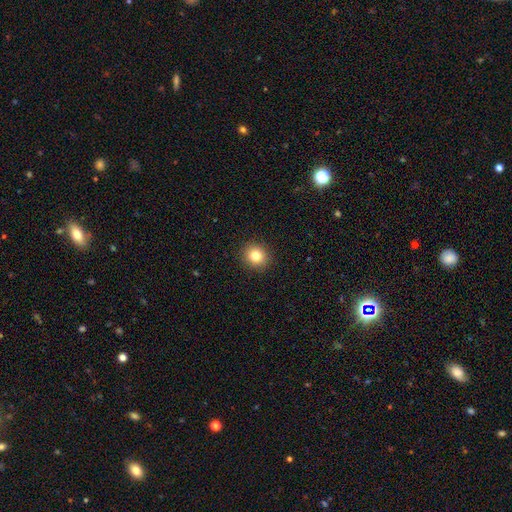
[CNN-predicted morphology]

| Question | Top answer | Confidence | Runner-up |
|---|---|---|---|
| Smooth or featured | smooth | 81% | star or artifact (11%) |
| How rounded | round | 86% | in between (13%) |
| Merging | none | 92% | minor disturbance (5%) |